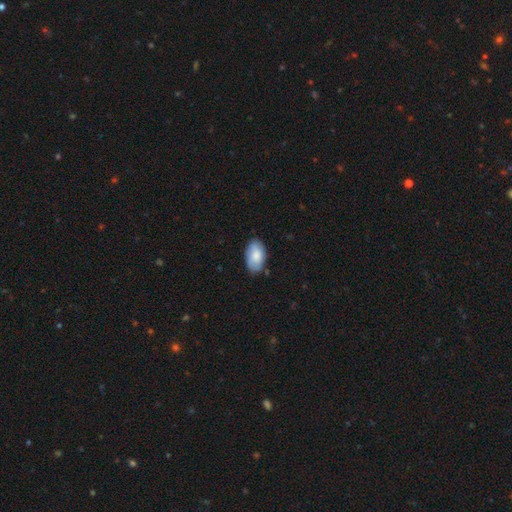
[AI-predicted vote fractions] This is likely a smooth galaxy (79%). How rounded: clearly in between (94%). Merging: likely none (77%).